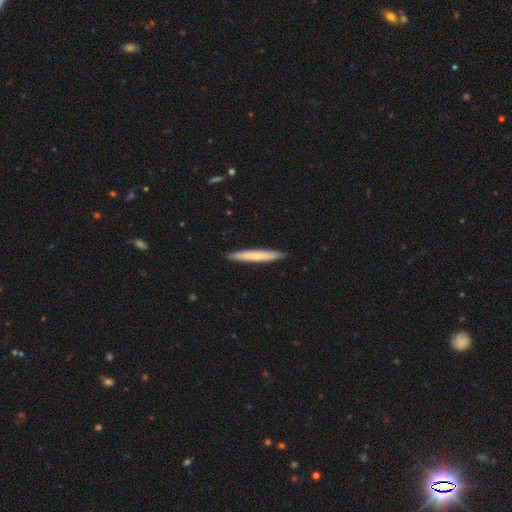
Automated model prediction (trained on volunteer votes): Morphology: type=smooth (66%); roundness=cigar-shaped (96%); merging=none (92%).